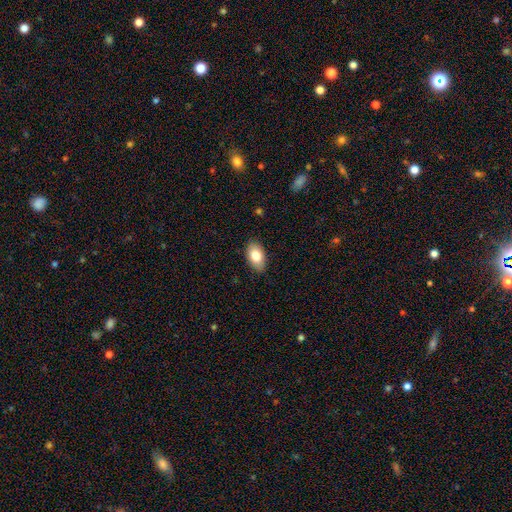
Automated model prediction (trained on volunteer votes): This is clearly a smooth galaxy (82%). How rounded: clearly in between (93%). Merging: clearly none (87%).